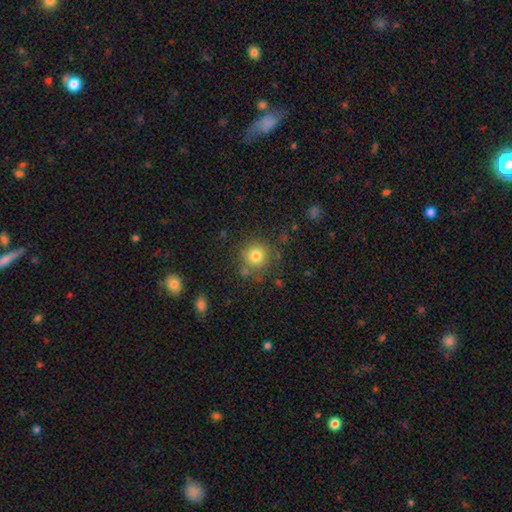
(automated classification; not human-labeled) Morphology: type=smooth (78%); roundness=round (92%); merging=none (77%).